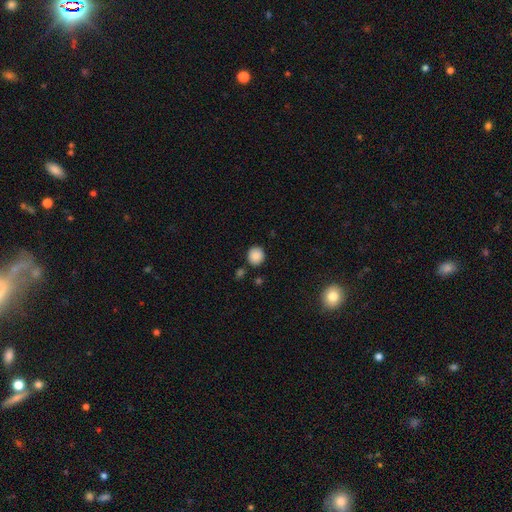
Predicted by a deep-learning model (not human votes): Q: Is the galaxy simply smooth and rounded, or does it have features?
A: smooth — 87%.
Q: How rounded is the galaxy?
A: round — 86%.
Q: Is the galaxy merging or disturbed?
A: none — 86%.